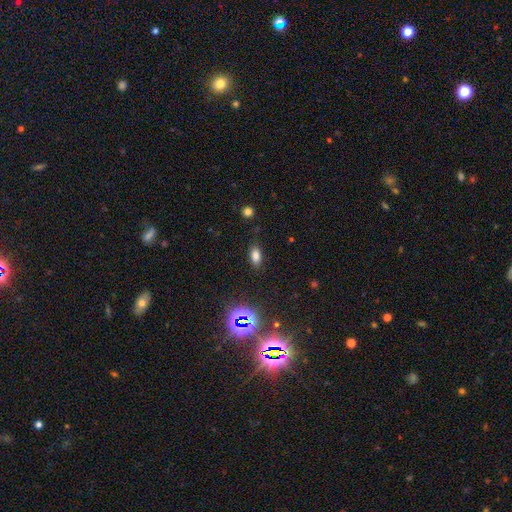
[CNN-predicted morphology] This appears to be a smooth galaxy with no disk features (76%) that is in between round and cigar-shaped (87%). Merging: none (85%).